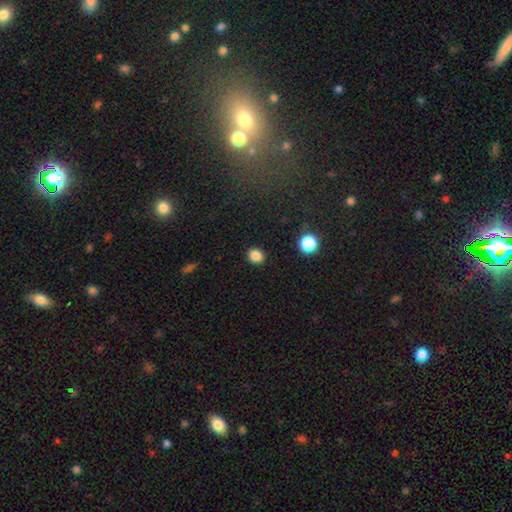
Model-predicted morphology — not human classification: A smooth galaxy with no disk features (85%) that is round (73%).

Vote fractions:
- Smooth or featured? smooth: 85% / star or artifact: 11% / featured or disk: 3%
- How rounded? round: 73% / in between: 26% / cigar-shaped: 1%
- Merging? none: 91% / minor disturbance: 6% / major disturbance: 2% / merger: 1%